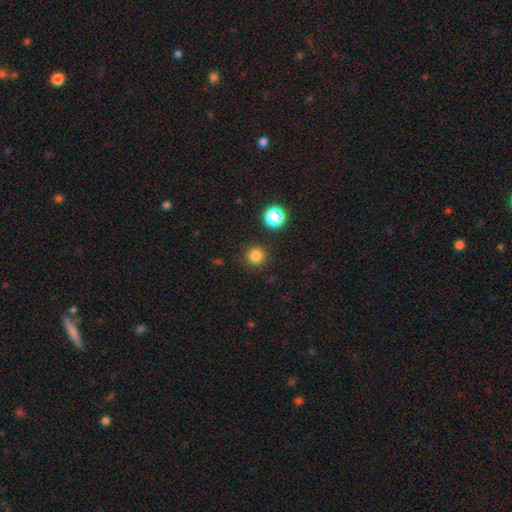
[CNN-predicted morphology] smooth-or-featured: smooth: 80% | star or artifact: 15% | featured or disk: 4%
  how-rounded: round: 95% | in between: 4% | cigar-shaped: 1%
  merging: none: 90% | minor disturbance: 5% | major disturbance: 2% | merger: 2%